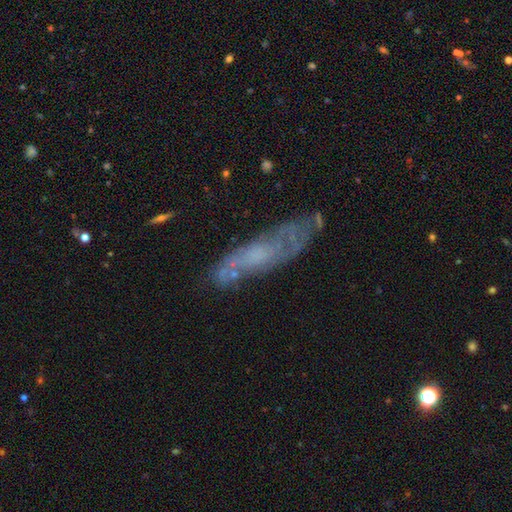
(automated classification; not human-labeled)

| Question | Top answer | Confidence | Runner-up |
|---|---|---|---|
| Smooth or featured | featured or disk | 61% | smooth (29%) |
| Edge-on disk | no | 62% | yes (38%) |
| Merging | none | 72% | minor disturbance (18%) |